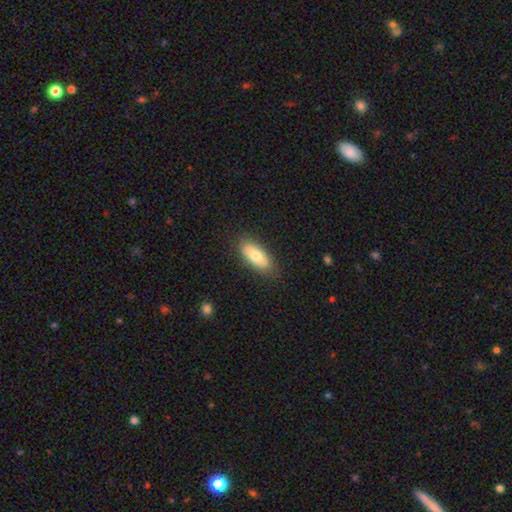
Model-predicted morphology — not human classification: smooth 73%, featured or disk 21%, star or artifact 6%. Down the decision tree: how rounded — in between (82%); merging — none (85%).